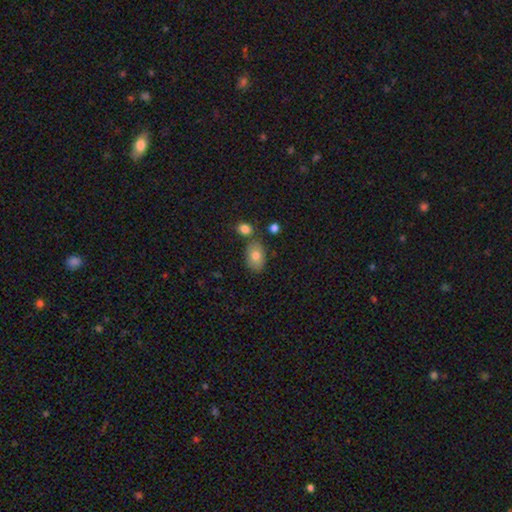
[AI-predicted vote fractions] A smooth galaxy with no disk features (79%) that is in between round and cigar-shaped (84%). Merging: none (70%).